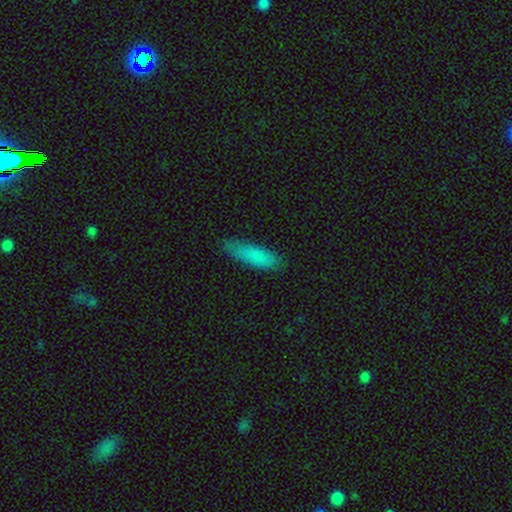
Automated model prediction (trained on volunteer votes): smooth 84%, featured or disk 9%, star or artifact 7%. Down the decision tree: how rounded — cigar-shaped (57%); merging — none (82%).